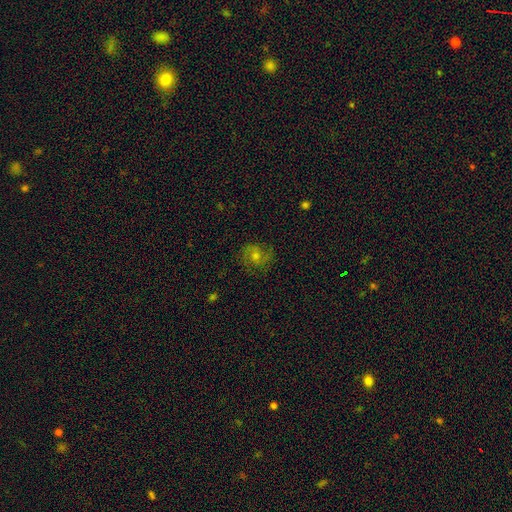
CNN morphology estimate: The model was most divided on "bulge size": moderate: 53%, small: 37%, large: 5%, none: 4%, dominant: 1%. More confident: edge-on disk — no (97%); spiral arms — yes (92%); merging — none (79%); spiral arm count — 2 (74%); bar — no (62%); smooth or featured — featured or disk (62%); spiral winding — medium (51%).